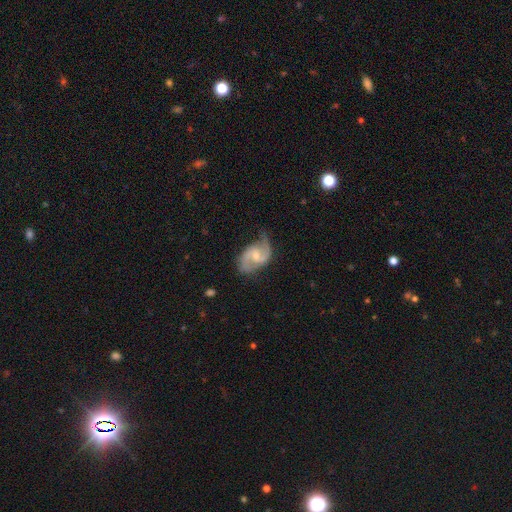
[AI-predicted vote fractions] Q: Smooth or featured?
A: featured or disk (86%); runner-up: smooth (10%)
Q: Edge-on disk?
A: no (98%); runner-up: yes (2%)
Q: Bar?
A: weak (51%); runner-up: no (40%)
Q: Spiral arms?
A: yes (96%); runner-up: no (4%)
Q: Spiral winding?
A: medium (51%); runner-up: loose (34%)
Q: Spiral arm count?
A: 2 (91%); runner-up: can't tell (4%)
Q: Bulge size?
A: moderate (48%); runner-up: small (46%)
Q: Merging?
A: none (66%); runner-up: minor disturbance (24%)